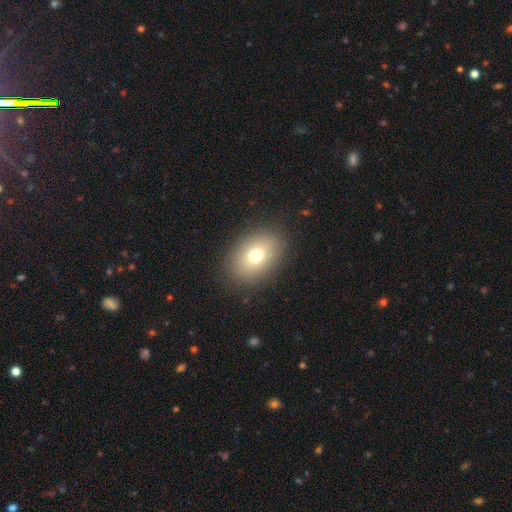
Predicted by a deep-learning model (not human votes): smooth_or_featured: smooth (p=0.74) [alt: featured or disk p=0.14]
how_rounded: in between (p=0.77) [alt: round p=0.22]
merging: none (p=0.87) [alt: minor disturbance p=0.09]